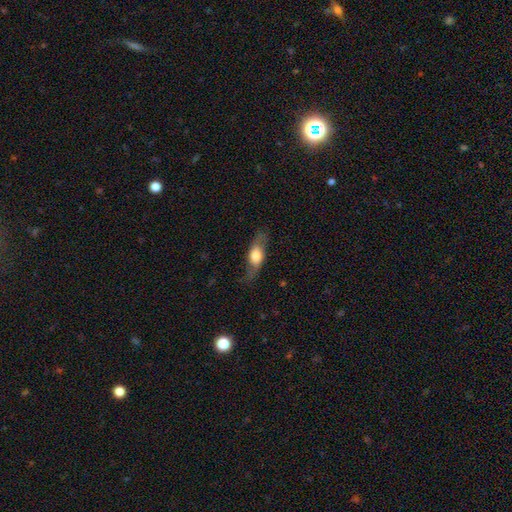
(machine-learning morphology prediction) smooth-or-featured: smooth: 52% | featured or disk: 42% | star or artifact: 7%
  how-rounded: in between: 65% | cigar-shaped: 28% | round: 7%
  merging: none: 70% | minor disturbance: 20% | major disturbance: 9% | merger: 1%